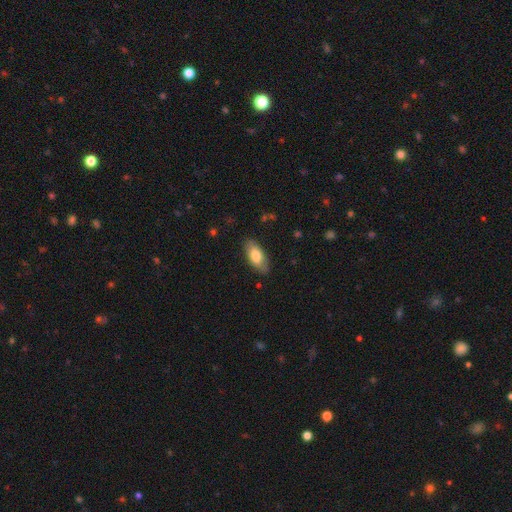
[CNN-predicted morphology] A smooth galaxy with no disk features (78%) that is in between round and cigar-shaped (87%).

Vote fractions:
- Smooth or featured? smooth: 78% / featured or disk: 16% / star or artifact: 6%
- How rounded? in between: 87% / cigar-shaped: 11% / round: 2%
- Merging? none: 83% / minor disturbance: 13% / major disturbance: 3% / merger: 1%